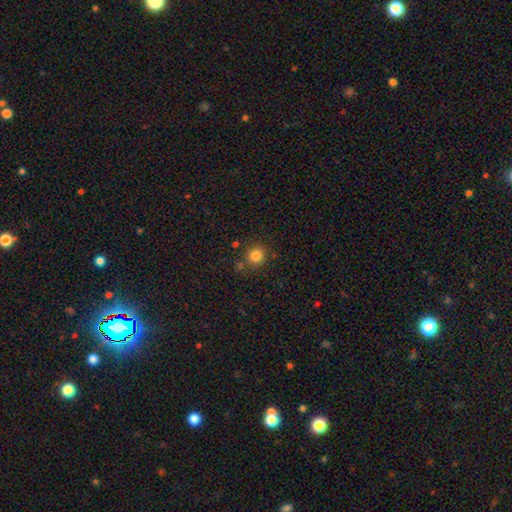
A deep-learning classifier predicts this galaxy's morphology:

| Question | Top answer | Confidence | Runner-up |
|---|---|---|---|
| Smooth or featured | smooth | 83% | star or artifact (12%) |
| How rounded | round | 92% | in between (7%) |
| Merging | none | 80% | minor disturbance (9%) |